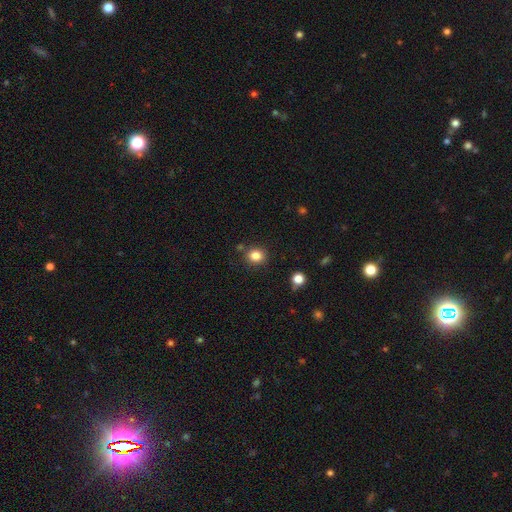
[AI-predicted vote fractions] Q: Smooth or featured?
A: smooth (84%); runner-up: star or artifact (11%)
Q: How rounded?
A: round (76%); runner-up: in between (24%)
Q: Merging?
A: none (84%); runner-up: minor disturbance (9%)